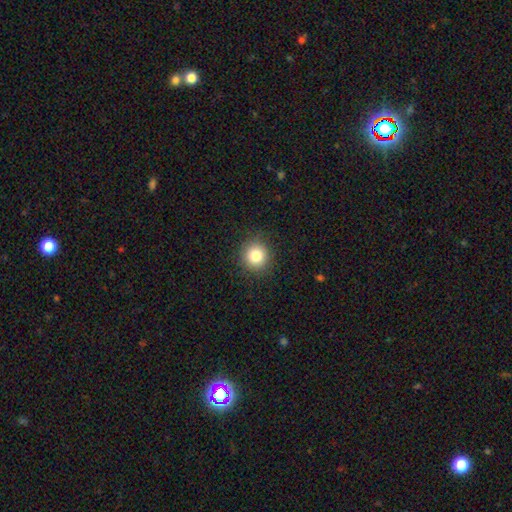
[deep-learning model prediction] Q: Smooth or featured?
A: smooth (82%); runner-up: star or artifact (11%)
Q: How rounded?
A: round (92%); runner-up: in between (7%)
Q: Merging?
A: none (89%); runner-up: minor disturbance (7%)